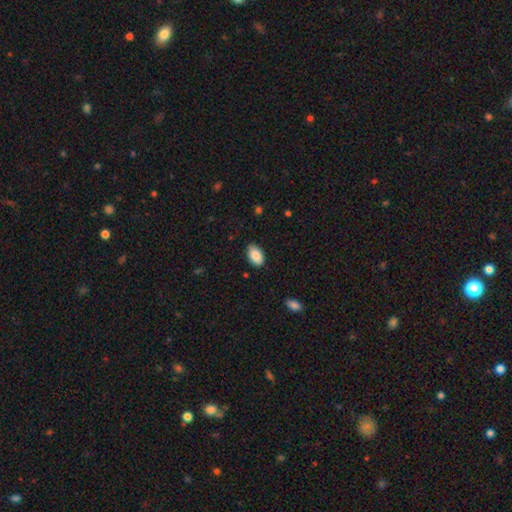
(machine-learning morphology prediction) smooth-or-featured: smooth: 87% | star or artifact: 7% | featured or disk: 6%
  how-rounded: in between: 94% | round: 5% | cigar-shaped: 1%
  merging: none: 85% | minor disturbance: 12% | major disturbance: 2% | merger: 1%